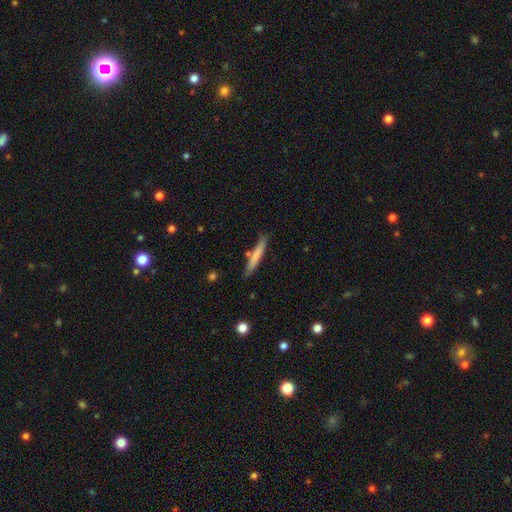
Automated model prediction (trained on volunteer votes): A smooth galaxy with no disk features (70%) that is cigar-shaped (94%).

Vote fractions:
- Smooth or featured? smooth: 70% / featured or disk: 24% / star or artifact: 6%
- How rounded? cigar-shaped: 94% / in between: 5% / round: 1%
- Merging? none: 81% / minor disturbance: 12% / merger: 5% / major disturbance: 2%